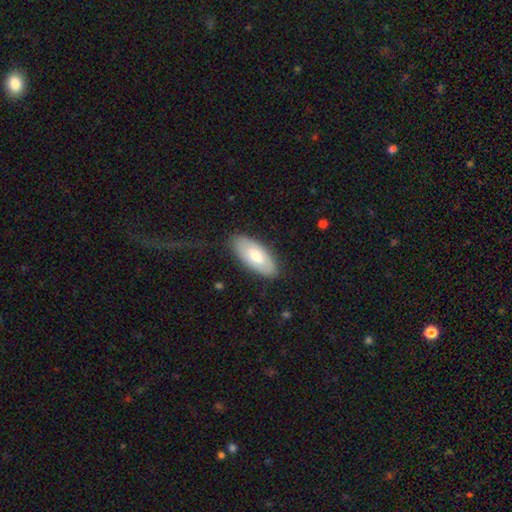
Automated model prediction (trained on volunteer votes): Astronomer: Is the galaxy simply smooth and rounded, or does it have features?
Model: smooth — 65%.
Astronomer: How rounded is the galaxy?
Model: in between — 89%.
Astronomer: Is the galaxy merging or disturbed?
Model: none — 83%.